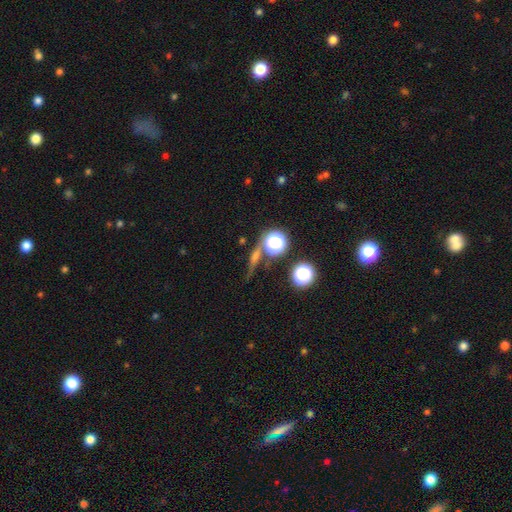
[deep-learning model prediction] smooth-or-featured: smooth: 40% | featured or disk: 30% | star or artifact: 30%
  merging: none: 70% | minor disturbance: 14% | merger: 9% | major disturbance: 8%